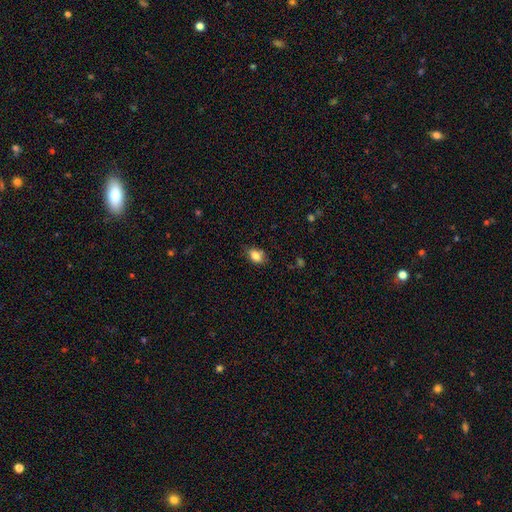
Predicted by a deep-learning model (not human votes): This is clearly a smooth galaxy (84%). How rounded: clearly in between (81%). Merging: likely none (73%).